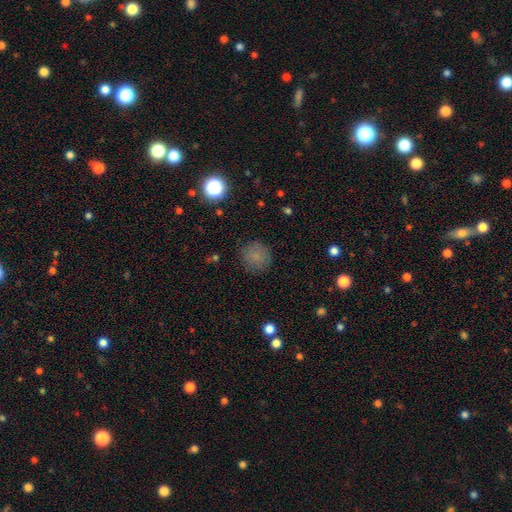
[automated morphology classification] smooth_or_featured: smooth (p=0.79) [alt: star or artifact p=0.14]
how_rounded: round (p=0.91) [alt: in between p=0.08]
merging: none (p=0.84) [alt: minor disturbance p=0.11]